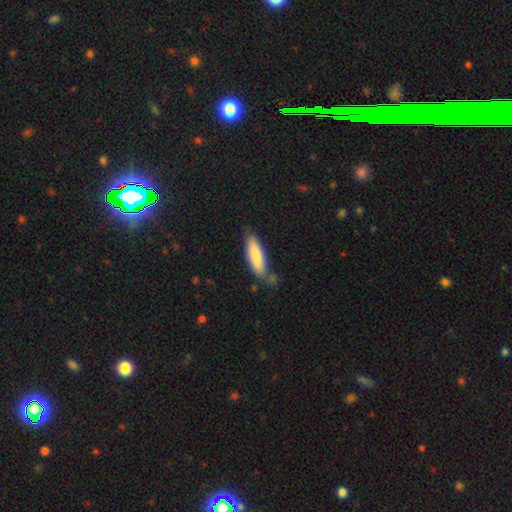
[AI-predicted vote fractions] smooth-or-featured: smooth: 77% | featured or disk: 17% | star or artifact: 6%
  how-rounded: cigar-shaped: 62% | in between: 37% | round: 1%
  merging: none: 68% | minor disturbance: 21% | merger: 6% | major disturbance: 5%